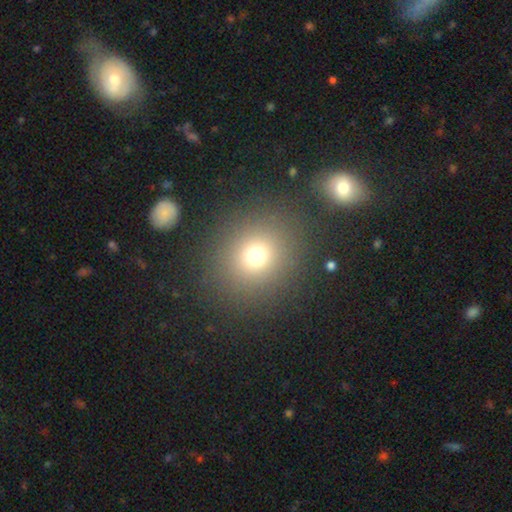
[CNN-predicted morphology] Smooth or featured: smooth — 72% (star or artifact — 20%)
How rounded: round — 84% (in between — 15%)
Merging: none — 85% (minor disturbance — 7%)